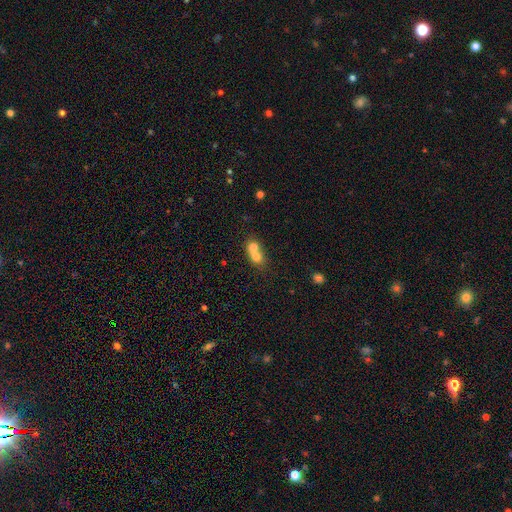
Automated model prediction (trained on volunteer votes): A smooth galaxy with no disk features (69%) that is round (62%).

Vote fractions:
- Smooth or featured? smooth: 69% / featured or disk: 20% / star or artifact: 10%
- How rounded? round: 62% / in between: 36% / cigar-shaped: 2%
- Merging? merger: 73% / none: 19% / minor disturbance: 5% / major disturbance: 3%